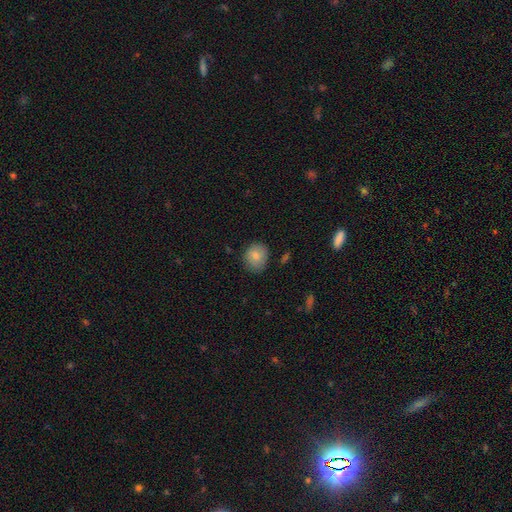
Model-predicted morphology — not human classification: Smooth or featured?
  - smooth: 80% *
  - featured or disk: 12%
  - star or artifact: 8%
How rounded?
  - round: 67% *
  - in between: 32%
  - cigar-shaped: 1%
Merging?
  - none: 75% *
  - minor disturbance: 19%
  - major disturbance: 4%
  - merger: 2%